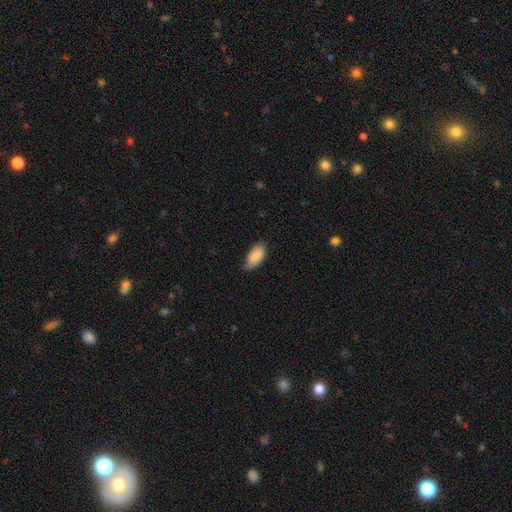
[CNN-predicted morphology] Smooth or featured?
  - smooth: 87% *
  - featured or disk: 7%
  - star or artifact: 6%
How rounded?
  - in between: 92% *
  - cigar-shaped: 6%
  - round: 2%
Merging?
  - none: 71% *
  - minor disturbance: 24%
  - major disturbance: 3%
  - merger: 1%